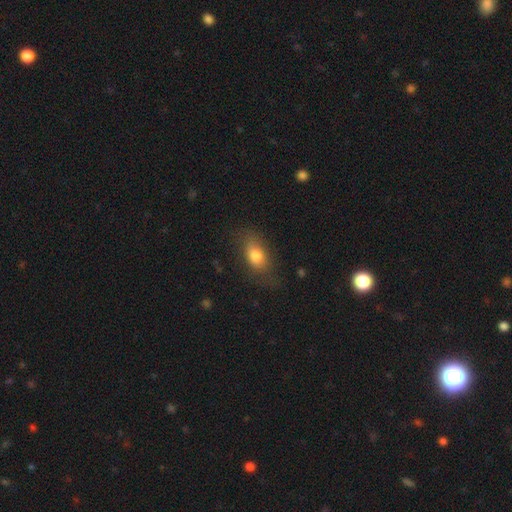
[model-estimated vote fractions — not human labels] This appears to be a smooth galaxy with no disk features (77%) that is in between round and cigar-shaped (83%). Merging: none (68%).